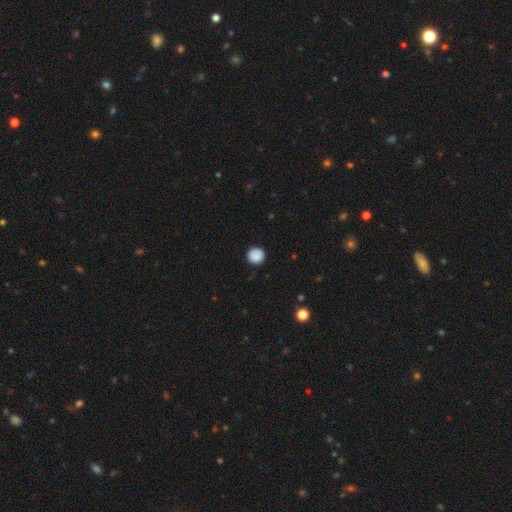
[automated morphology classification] This is clearly a smooth galaxy (88%). How rounded: clearly round (93%). Merging: clearly none (90%).